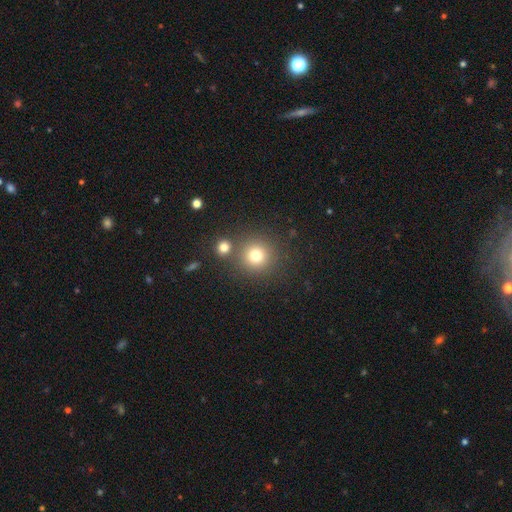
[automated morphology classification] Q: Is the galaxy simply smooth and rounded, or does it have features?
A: smooth — 76%.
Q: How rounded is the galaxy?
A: round — 94%.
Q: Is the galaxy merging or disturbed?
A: none — 79%.